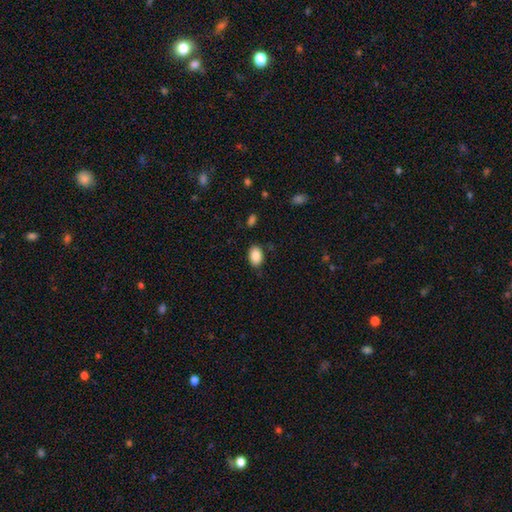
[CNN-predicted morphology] This is clearly a smooth galaxy (88%). How rounded: clearly in between (88%). Merging: clearly none (84%).